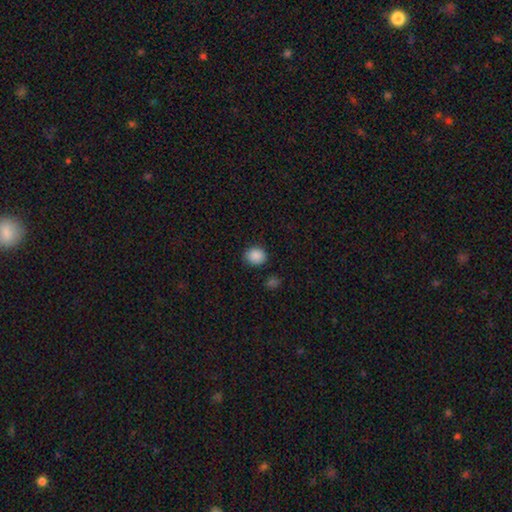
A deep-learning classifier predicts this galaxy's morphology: A smooth galaxy with no disk features (88%) that is round (67%).

Vote fractions:
- Smooth or featured? smooth: 88% / star or artifact: 9% / featured or disk: 3%
- How rounded? round: 67% / in between: 33% / cigar-shaped: 1%
- Merging? none: 84% / minor disturbance: 11% / major disturbance: 3% / merger: 3%